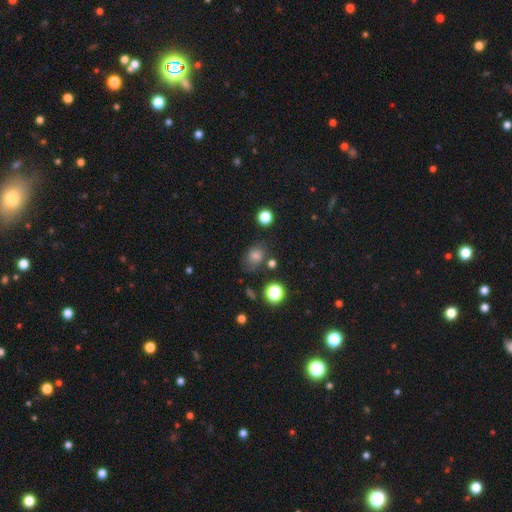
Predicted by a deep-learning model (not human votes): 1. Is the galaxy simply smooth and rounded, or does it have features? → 74% smooth, 16% star or artifact, 11% featured or disk.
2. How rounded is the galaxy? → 59% in between, 39% round, 1% cigar-shaped.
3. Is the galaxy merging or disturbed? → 63% none, 23% minor disturbance, 9% major disturbance, 6% merger.